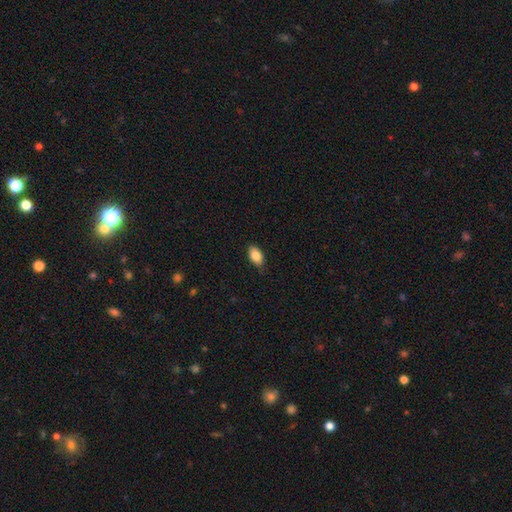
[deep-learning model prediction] Morphology: type=smooth (85%); roundness=in between (92%); merging=none (82%).